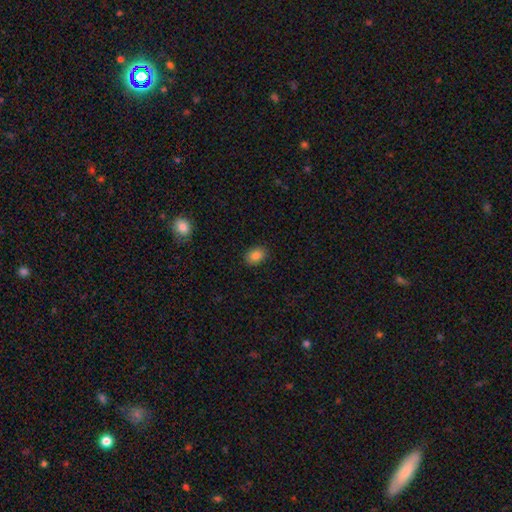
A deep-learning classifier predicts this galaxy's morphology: type=smooth (85%); roundness=in between (75%); merging=none (89%).